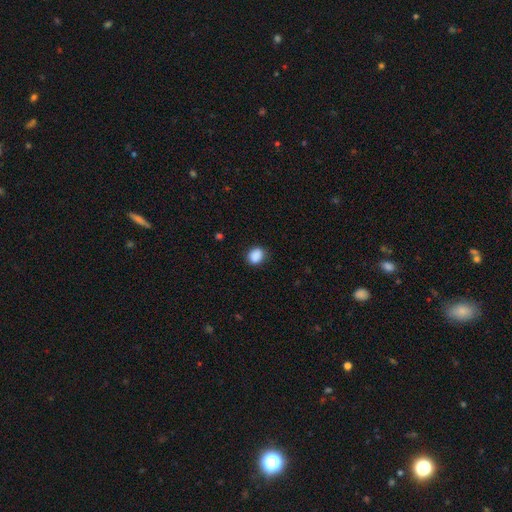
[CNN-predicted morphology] Overall: smooth (89%). How rounded: round (52%; in between 47%). Merging: none (85%).